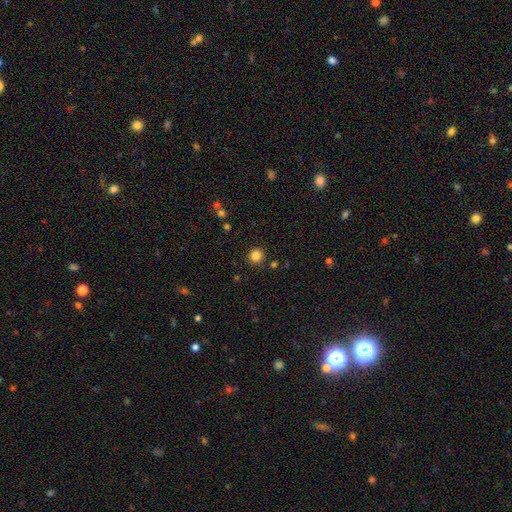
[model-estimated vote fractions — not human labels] A smooth galaxy with no disk features (84%) that is round (93%). Merging: none (89%).